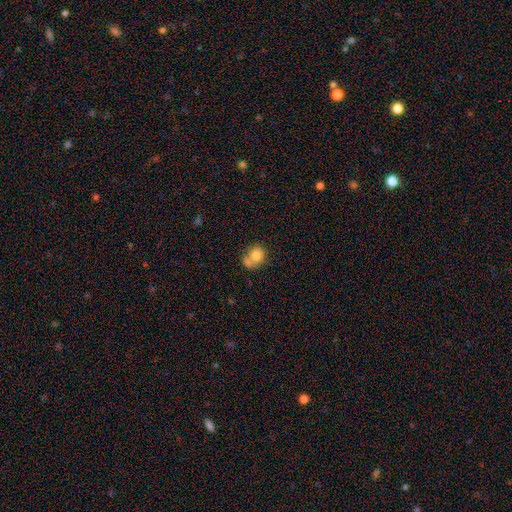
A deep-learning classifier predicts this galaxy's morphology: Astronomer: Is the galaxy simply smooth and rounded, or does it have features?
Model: smooth — 78%.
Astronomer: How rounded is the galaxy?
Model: round — 67%.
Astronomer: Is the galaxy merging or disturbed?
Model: merger — 47% (runner-up: none, 33%).